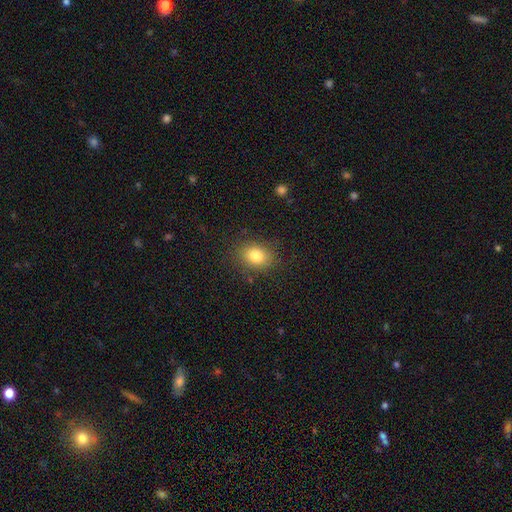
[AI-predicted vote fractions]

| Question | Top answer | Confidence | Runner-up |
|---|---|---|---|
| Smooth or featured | smooth | 81% | star or artifact (11%) |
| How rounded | in between | 54% | round (45%) |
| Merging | none | 84% | minor disturbance (11%) |